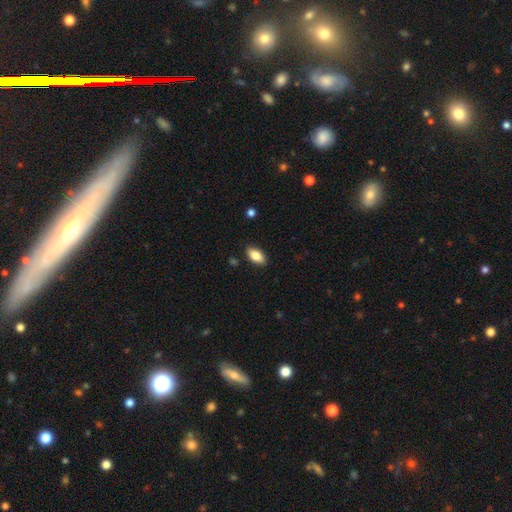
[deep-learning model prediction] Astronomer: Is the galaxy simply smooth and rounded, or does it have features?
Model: smooth — 83%.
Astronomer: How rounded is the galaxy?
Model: in between — 91%.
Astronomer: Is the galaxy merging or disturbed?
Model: none — 88%.